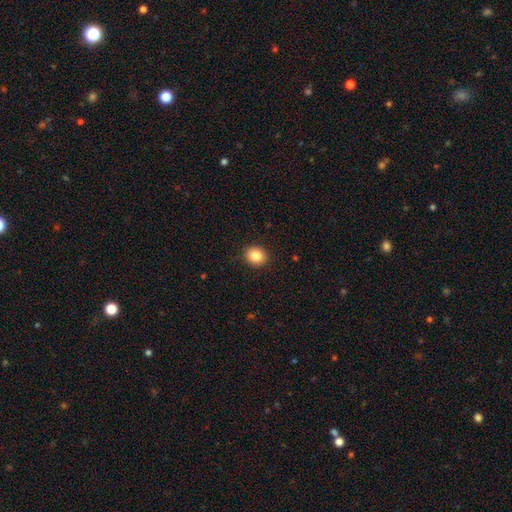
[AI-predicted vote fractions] Smooth or featured? Predicted: smooth (p=0.85). How rounded? Predicted: round (p=0.73). Merging? Predicted: none (p=0.90).